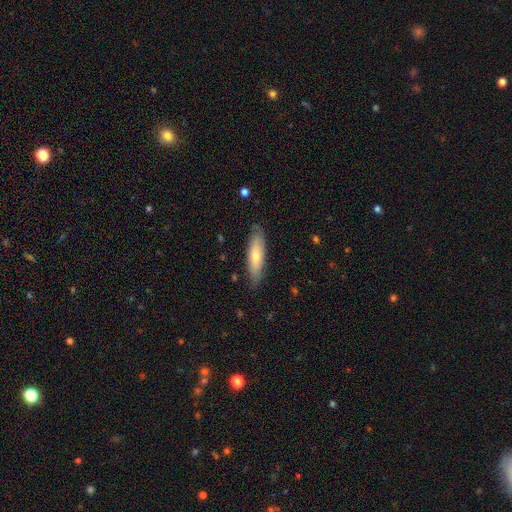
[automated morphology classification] This is likely a smooth galaxy (63%). How rounded: likely cigar-shaped (61%). Merging: clearly none (82%).